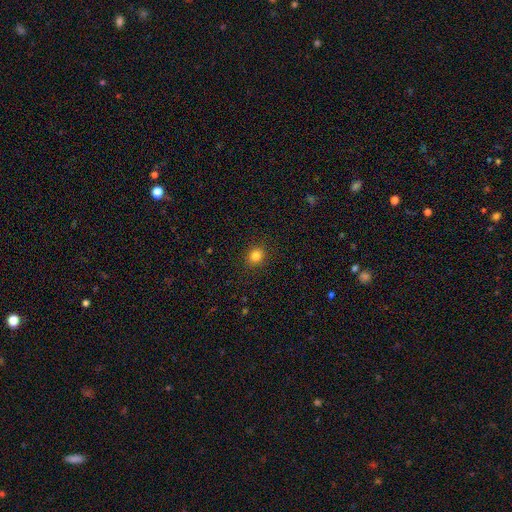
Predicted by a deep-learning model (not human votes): A smooth galaxy with no disk features (83%) that is round (75%). Merging: none (90%).